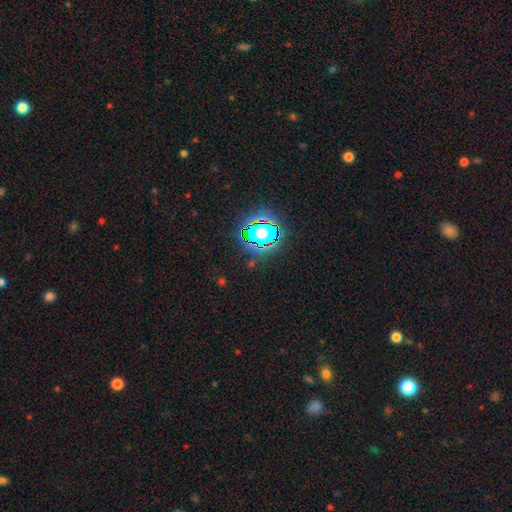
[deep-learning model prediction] Smooth or featured? Predicted: star or artifact (p=0.79).